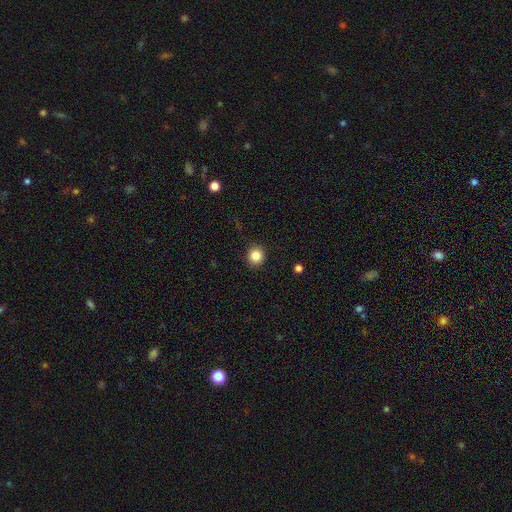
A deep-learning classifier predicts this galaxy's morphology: Smooth or featured? smooth (85%)
How rounded? round (90%)
Merging? none (91%)